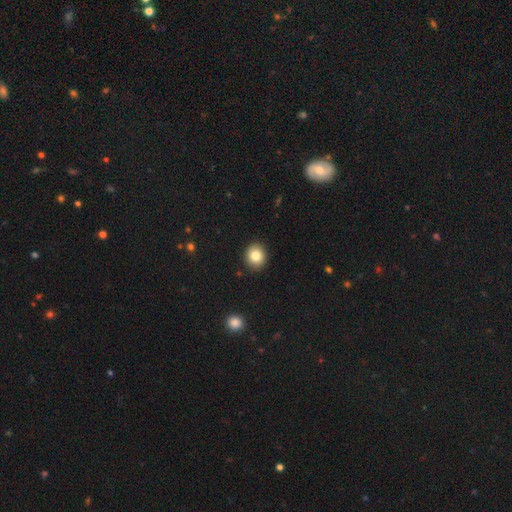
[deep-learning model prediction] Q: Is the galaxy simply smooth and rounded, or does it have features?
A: smooth — 83%.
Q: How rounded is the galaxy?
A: round — 74%.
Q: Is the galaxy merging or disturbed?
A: none — 91%.